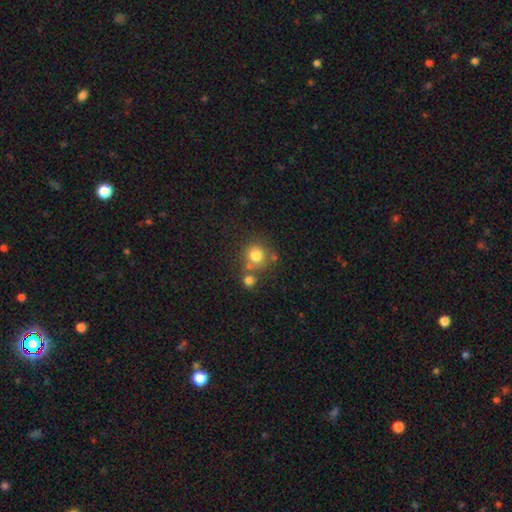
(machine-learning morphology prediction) A smooth galaxy with no disk features (77%) that is round (89%). Merging: none (61%).